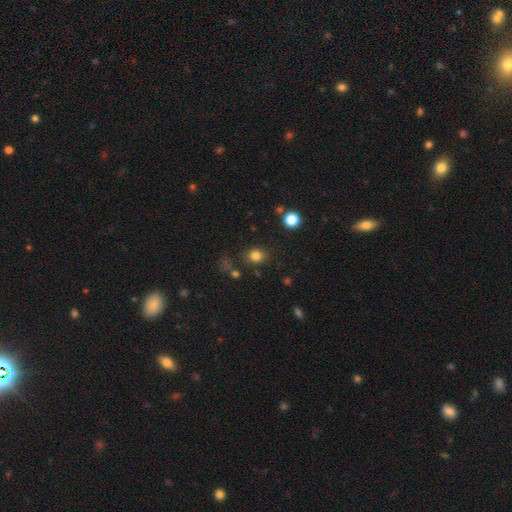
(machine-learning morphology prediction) Smooth or featured?
  - smooth: 81% *
  - star or artifact: 13%
  - featured or disk: 6%
How rounded?
  - round: 67% *
  - in between: 32%
  - cigar-shaped: 1%
Merging?
  - none: 82% *
  - minor disturbance: 11%
  - major disturbance: 4%
  - merger: 4%